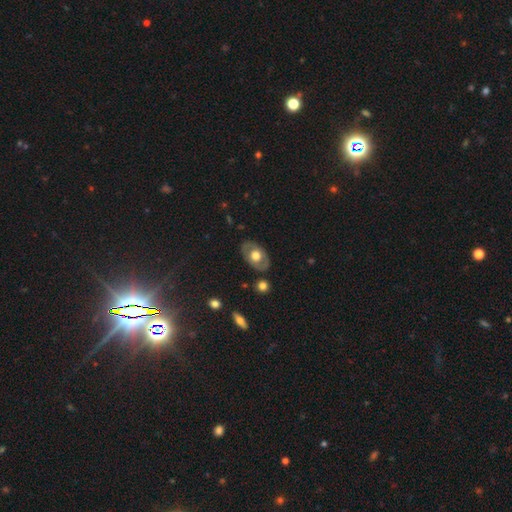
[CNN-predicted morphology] smooth-or-featured: smooth: 47% (tied) | featured or disk: 47% (tied) | star or artifact: 6%
  merging: none: 82% | minor disturbance: 12% | major disturbance: 4% | merger: 2%